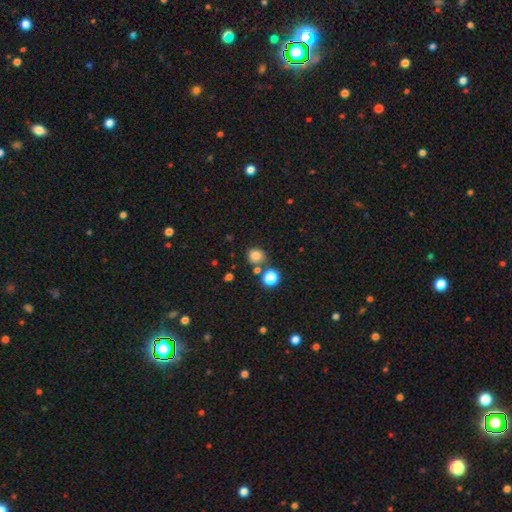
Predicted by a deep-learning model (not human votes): smooth 80%, star or artifact 15%, featured or disk 5%. Down the decision tree: how rounded — round (87%); merging — none (72%).